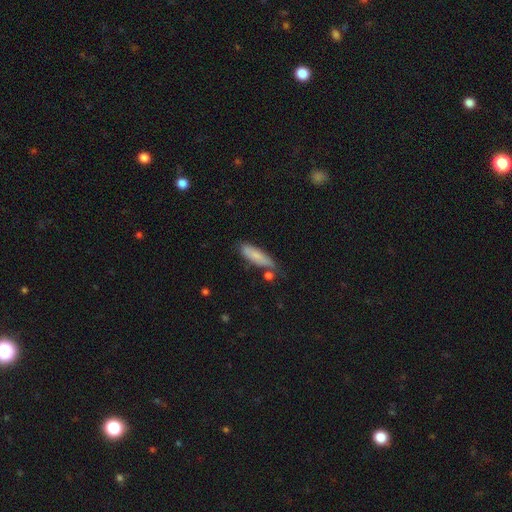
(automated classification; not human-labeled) The model was most divided on "how rounded": cigar-shaped: 55%, in between: 43%, round: 2%. More confident: smooth or featured — smooth (77%); merging — none (68%).